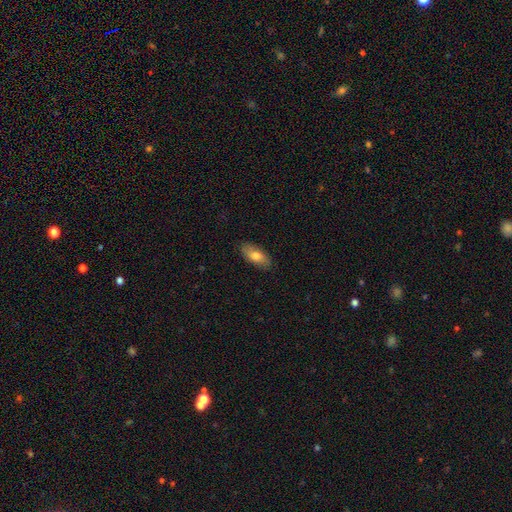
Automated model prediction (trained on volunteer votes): The model was most divided on "smooth or featured": smooth: 76%, featured or disk: 18%, star or artifact: 6%. More confident: how rounded — in between (88%); merging — none (86%).